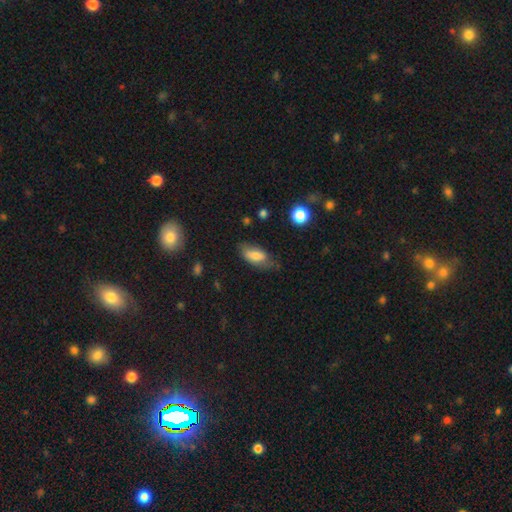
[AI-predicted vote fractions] Overall: smooth (72%). How rounded: in between (86%). Merging: none (58%; minor disturbance 29%).